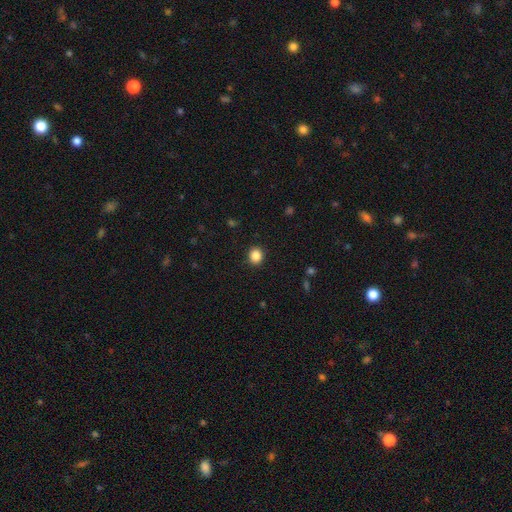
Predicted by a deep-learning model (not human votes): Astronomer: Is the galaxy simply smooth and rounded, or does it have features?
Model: smooth — 86%.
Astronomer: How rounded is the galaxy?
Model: round — 78%.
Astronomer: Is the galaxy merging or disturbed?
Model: none — 91%.